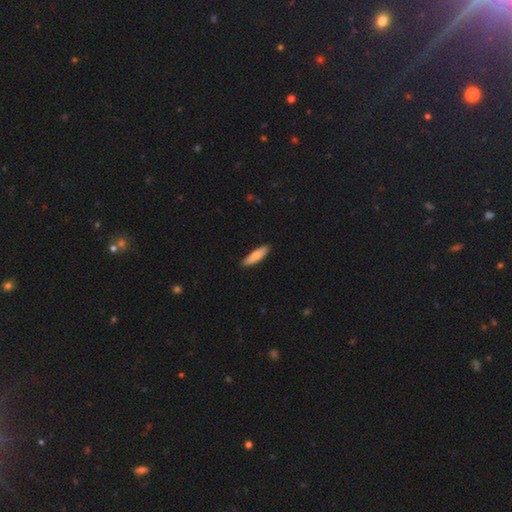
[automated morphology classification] A smooth galaxy with no disk features (75%) that is cigar-shaped (67%).

Vote fractions:
- Smooth or featured? smooth: 75% / featured or disk: 20% / star or artifact: 5%
- How rounded? cigar-shaped: 67% / in between: 32% / round: 2%
- Merging? none: 90% / minor disturbance: 8% / major disturbance: 1% / merger: 1%